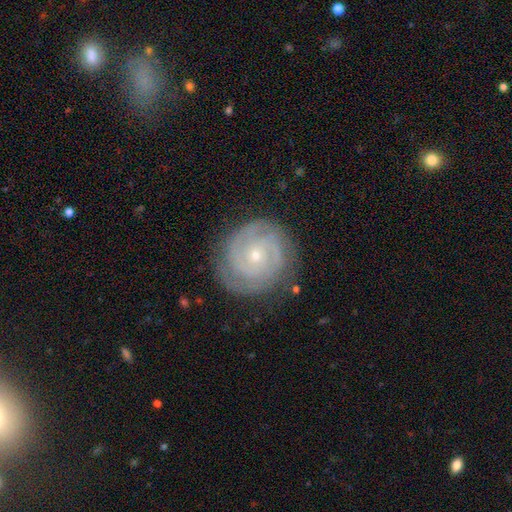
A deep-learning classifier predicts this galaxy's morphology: smooth-or-featured: featured or disk: 86% | smooth: 8% | star or artifact: 6%
  disk-edge-on: no: 98% | yes: 2%
    bar: no: 76% | weak: 19% | strong: 5%
    has-spiral-arms: yes: 97% | no: 3%
      spiral-winding: tight: 78% | medium: 19% | loose: 3%
      spiral-arm-count: 2: 33% | 3: 30% | can't tell: 17% | 4: 9% | 1: 5% | more than 4: 5%
    bulge-size: small: 77% | moderate: 20% | none: 1% | large: 1% | dominant: 1%
  merging: none: 83% | minor disturbance: 12% | major disturbance: 4% | merger: 1%